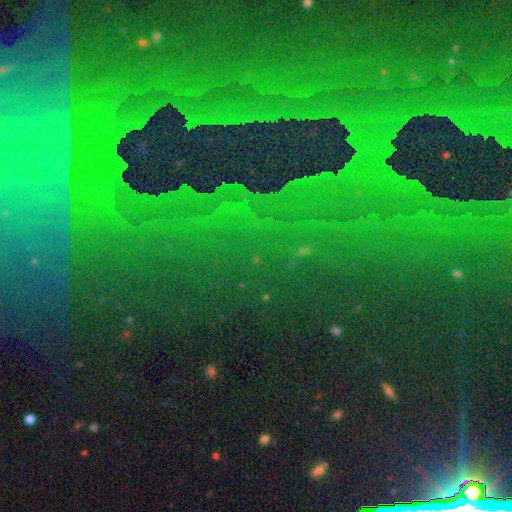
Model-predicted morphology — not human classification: Q: Smooth or featured?
A: star or artifact (85%); runner-up: featured or disk (8%)